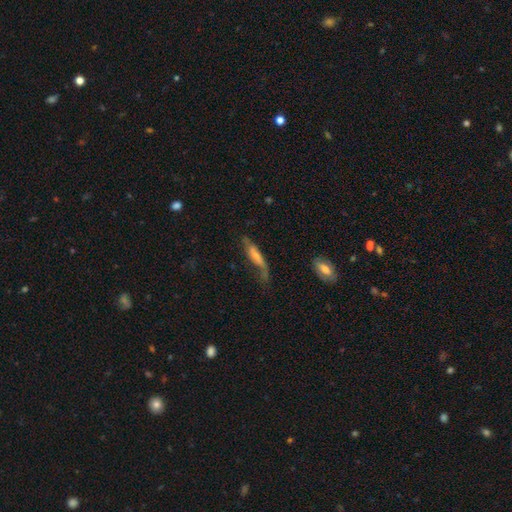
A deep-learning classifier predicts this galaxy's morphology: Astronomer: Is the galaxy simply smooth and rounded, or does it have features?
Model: featured or disk — 54% (runner-up: smooth, 37%).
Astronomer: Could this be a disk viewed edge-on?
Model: no — 56% (runner-up: yes, 44%).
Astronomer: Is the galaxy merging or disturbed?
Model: none — 43% (runner-up: major disturbance, 27%).